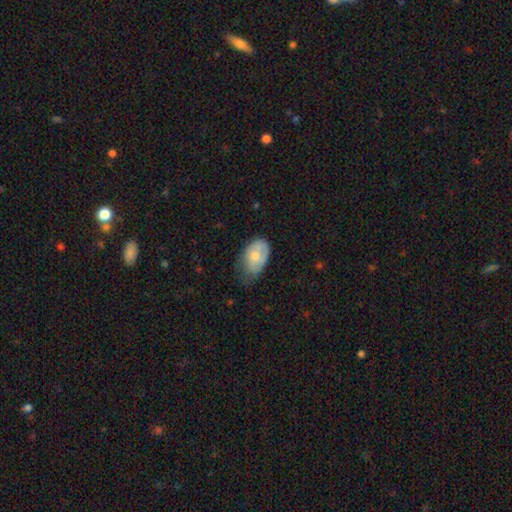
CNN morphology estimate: Smooth or featured?
  - smooth: 65% *
  - featured or disk: 29%
  - star or artifact: 6%
How rounded?
  - in between: 89% *
  - round: 10%
  - cigar-shaped: 1%
Merging?
  - none: 44% *
  - minor disturbance: 42%
  - major disturbance: 13%
  - merger: 2%